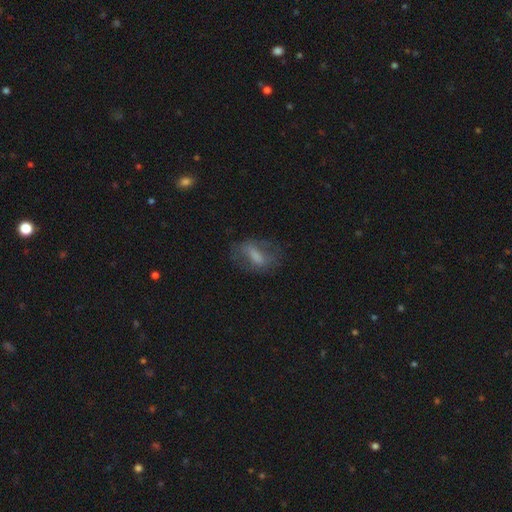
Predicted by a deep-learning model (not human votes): Q: Smooth or featured?
A: smooth (49%); runner-up: featured or disk (40%)
Q: Merging?
A: none (61%); runner-up: minor disturbance (21%)